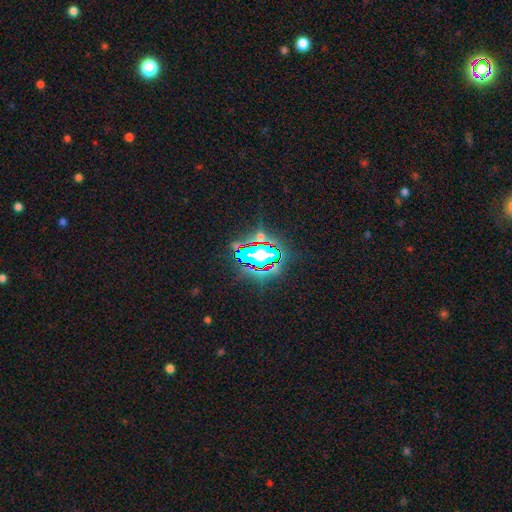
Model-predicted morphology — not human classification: Smooth or featured? Predicted: star or artifact (p=0.78).